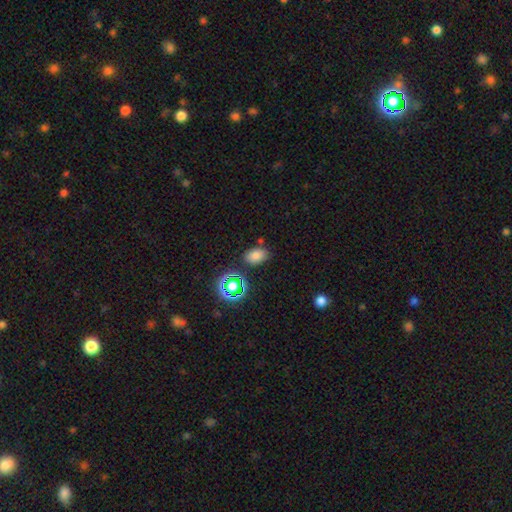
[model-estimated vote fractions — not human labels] The model was most divided on "smooth or featured": smooth: 75%, star or artifact: 18%, featured or disk: 7%. More confident: how rounded — in between (83%); merging — none (80%).